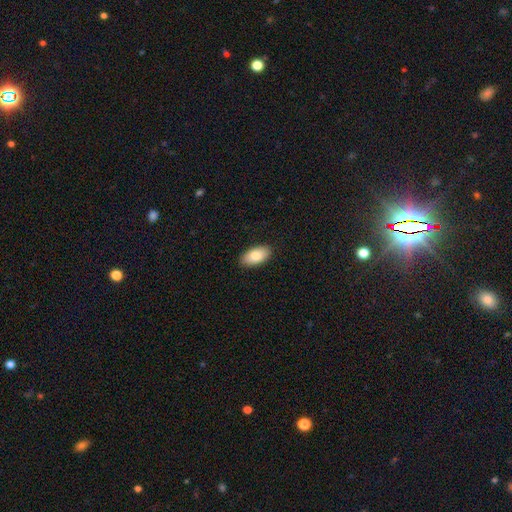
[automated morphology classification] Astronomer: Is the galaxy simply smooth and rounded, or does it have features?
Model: smooth — 84%.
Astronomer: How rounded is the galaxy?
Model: in between — 94%.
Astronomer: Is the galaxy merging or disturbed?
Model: none — 89%.